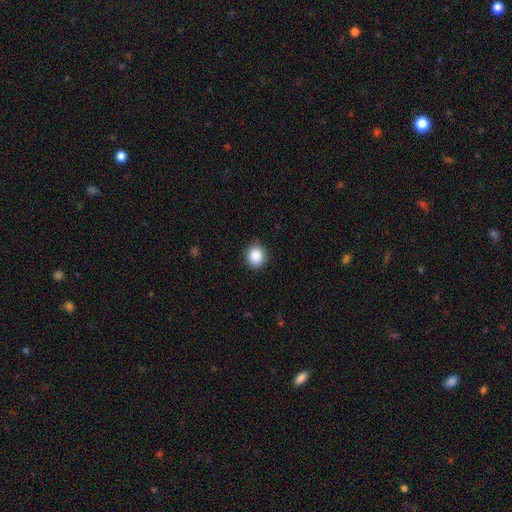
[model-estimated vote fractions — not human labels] Smooth or featured: smooth — 89% (star or artifact — 8%)
How rounded: round — 85% (in between — 14%)
Merging: none — 90% (minor disturbance — 7%)